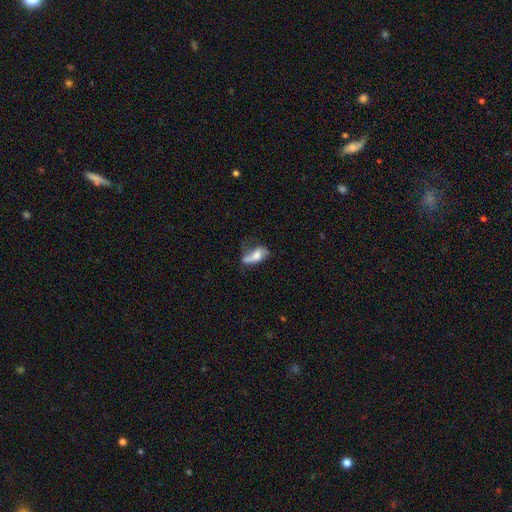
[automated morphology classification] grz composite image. It shows a smooth galaxy with no disk features (54%) that is in between round and cigar-shaped (75%). Merging: none (31%).